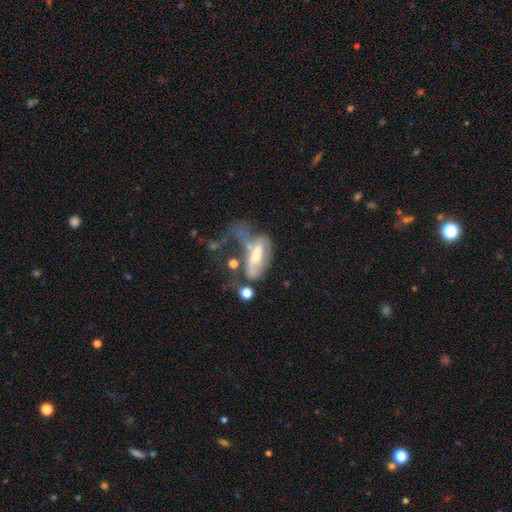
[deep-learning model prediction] Overall: featured or disk (54%; smooth 38%). Edge-on disk: no (83%). Merging: major disturbance (43%; merger 27%).